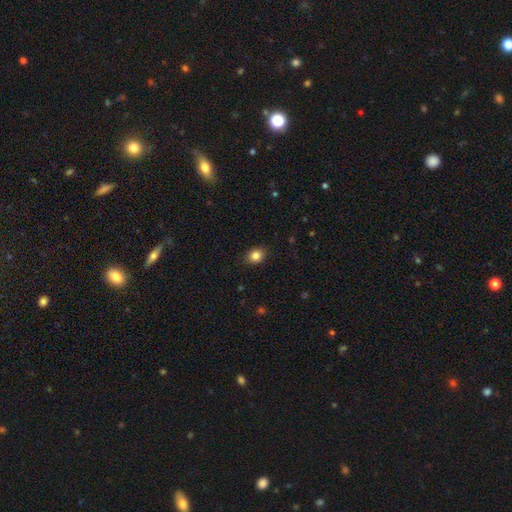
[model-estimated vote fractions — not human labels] Q: Smooth or featured?
A: smooth (85%); runner-up: star or artifact (10%)
Q: How rounded?
A: round (58%); runner-up: in between (41%)
Q: Merging?
A: none (87%); runner-up: minor disturbance (10%)